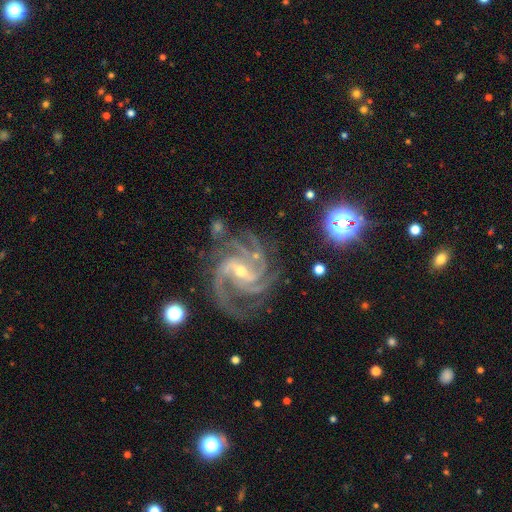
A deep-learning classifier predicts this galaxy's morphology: This appears to be a featured or disk galaxy (93%) with a weak bar (44%), 4 (37%) medium (48%) spiral arms (99%) and a small central bulge (56%). Merging: none (72%).